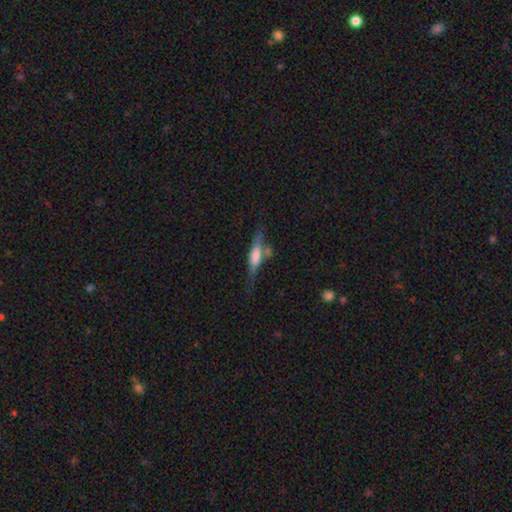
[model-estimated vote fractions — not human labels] This is possibly a featured or disk galaxy (55%). It is clearly viewed edge-on (92%). Edge-on bulge: possibly rounded (57%). Merging: likely none (62%).